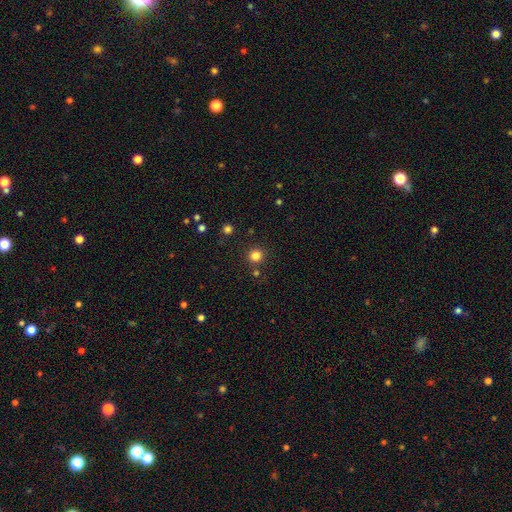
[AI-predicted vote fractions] This is clearly a smooth galaxy (82%). How rounded: clearly round (94%). Merging: clearly none (87%).